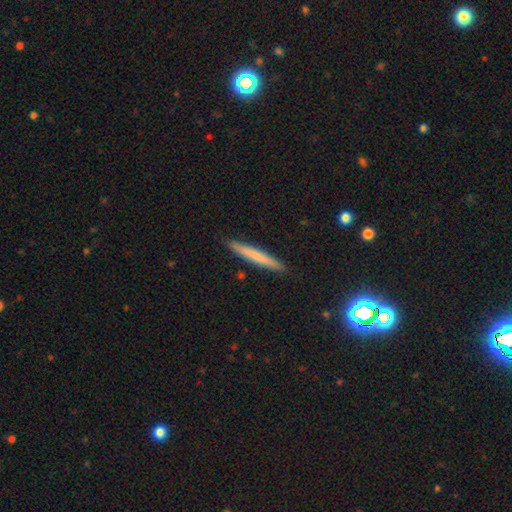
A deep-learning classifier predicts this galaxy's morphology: A smooth galaxy with no disk features (69%) that is cigar-shaped (96%). Merging: none (91%).